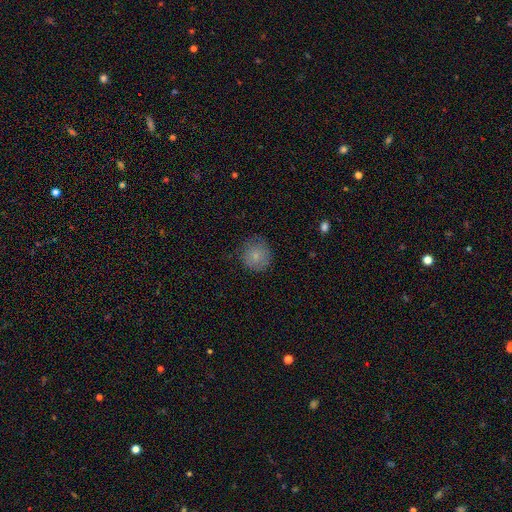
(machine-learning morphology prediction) A smooth galaxy with no disk features (80%) that is round (91%). Merging: none (78%).